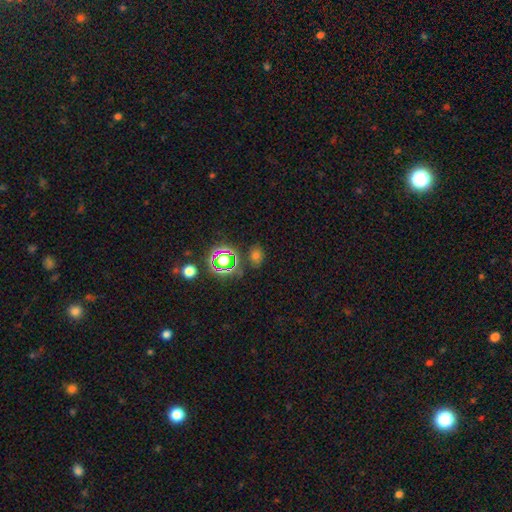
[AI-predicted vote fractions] Smooth or featured? smooth (57%)
How rounded? in between (50%)
Merging? none (76%)